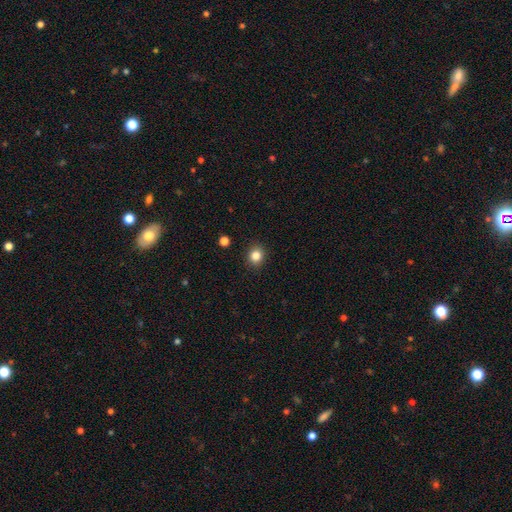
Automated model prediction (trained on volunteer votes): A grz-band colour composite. It shows a smooth galaxy with no disk features (83%) that is round (80%). Merging: none (91%).